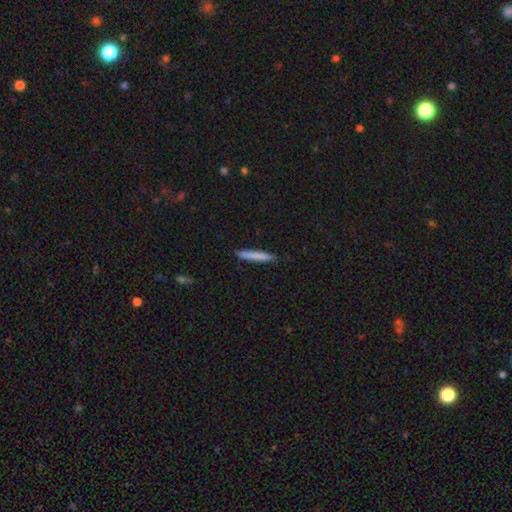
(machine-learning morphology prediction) Smooth or featured: smooth — 79% (featured or disk — 15%)
How rounded: cigar-shaped — 95% (in between — 4%)
Merging: none — 89% (minor disturbance — 8%)